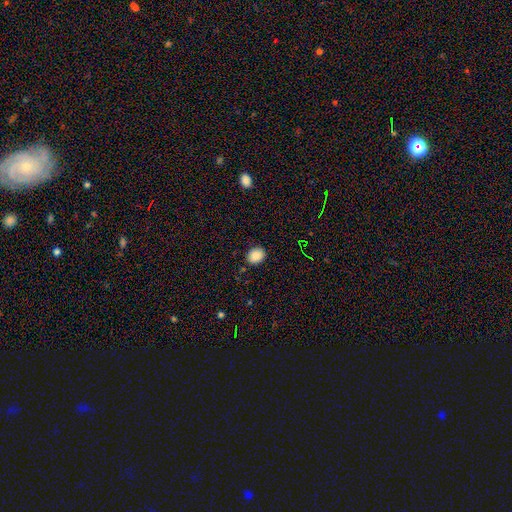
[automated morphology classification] type=smooth (86%); roundness=round (55%); merging=none (86%).